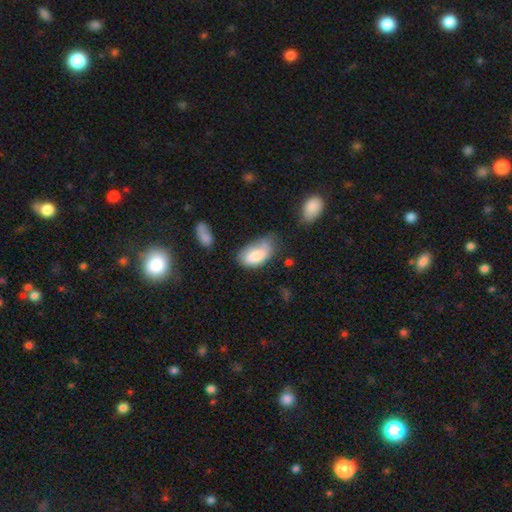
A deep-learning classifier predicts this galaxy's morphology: A smooth galaxy with no disk features (80%) that is in between round and cigar-shaped (94%).

Vote fractions:
- Smooth or featured? smooth: 80% / featured or disk: 13% / star or artifact: 7%
- How rounded? in between: 94% / round: 4% / cigar-shaped: 2%
- Merging? minor disturbance: 40% / none: 36% / major disturbance: 16% / merger: 7%